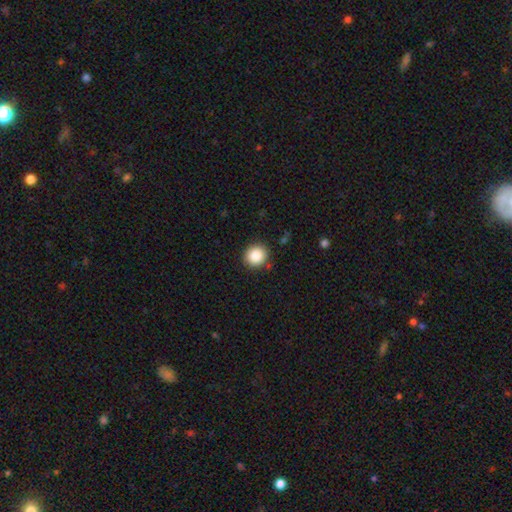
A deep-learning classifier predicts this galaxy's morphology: A smooth galaxy with no disk features (87%) that is round (89%). Merging: none (87%).